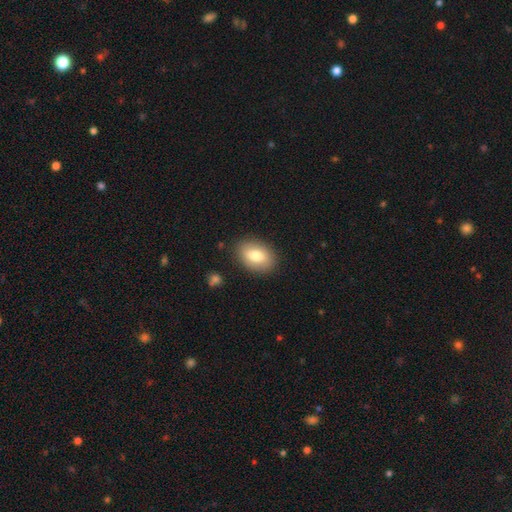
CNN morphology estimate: smooth-or-featured: smooth: 77% | featured or disk: 16% | star or artifact: 7%
  how-rounded: in between: 86% | round: 13% | cigar-shaped: 2%
  merging: none: 87% | minor disturbance: 9% | major disturbance: 3% | merger: 1%